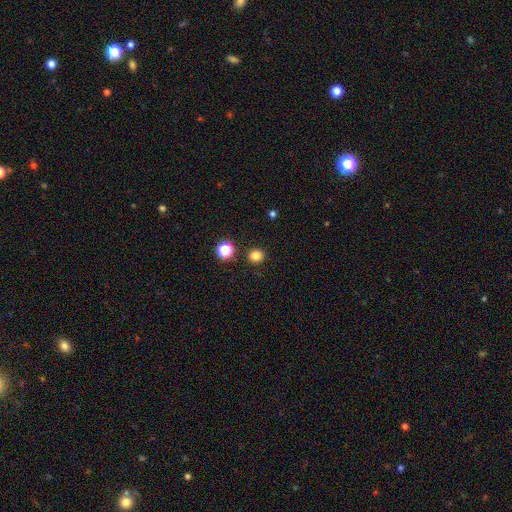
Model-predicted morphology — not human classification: smooth_or_featured: smooth (p=0.81) [alt: star or artifact p=0.14]
how_rounded: round (p=0.90) [alt: in between p=0.09]
merging: none (p=0.90) [alt: minor disturbance p=0.06]